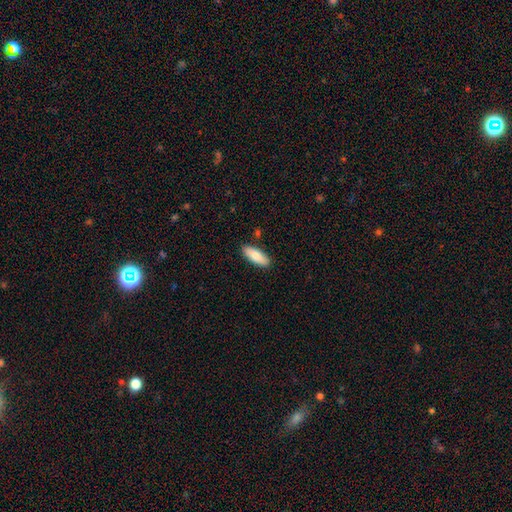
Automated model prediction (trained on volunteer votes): Q: Smooth or featured?
A: smooth (78%); runner-up: featured or disk (17%)
Q: How rounded?
A: in between (70%); runner-up: cigar-shaped (28%)
Q: Merging?
A: none (88%); runner-up: minor disturbance (9%)